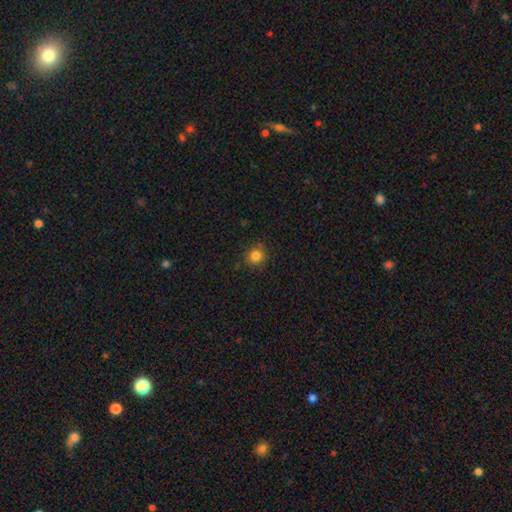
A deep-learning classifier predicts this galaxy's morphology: type=smooth (82%); roundness=round (82%); merging=none (84%).